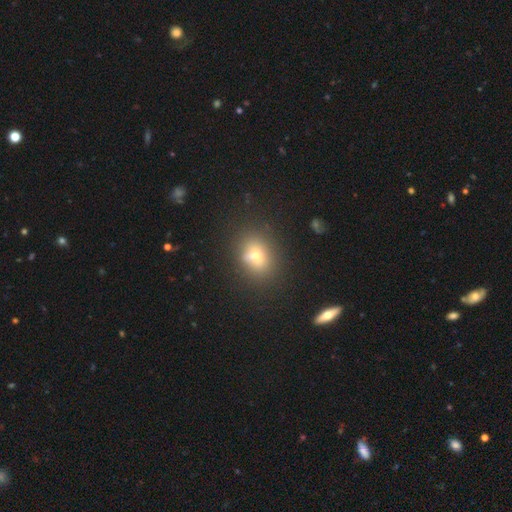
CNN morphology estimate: Smooth or featured? smooth (65%)
How rounded? in between (49%, tied with round)
Merging? none (78%)